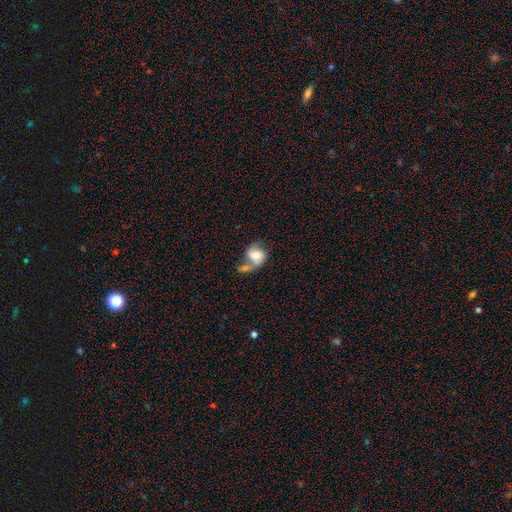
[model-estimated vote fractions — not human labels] Smooth or featured?
  - smooth: 53% *
  - featured or disk: 38%
  - star or artifact: 9%
How rounded?
  - round: 51% *
  - in between: 47%
  - cigar-shaped: 1%
Merging?
  - merger: 50% *
  - none: 21%
  - major disturbance: 16%
  - minor disturbance: 13%